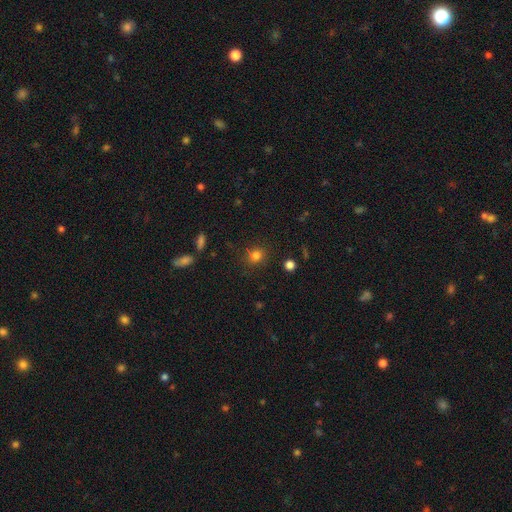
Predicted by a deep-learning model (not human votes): Smooth or featured? Predicted: smooth (p=0.79). How rounded? Predicted: round (p=0.71). Merging? Predicted: none (p=0.79).